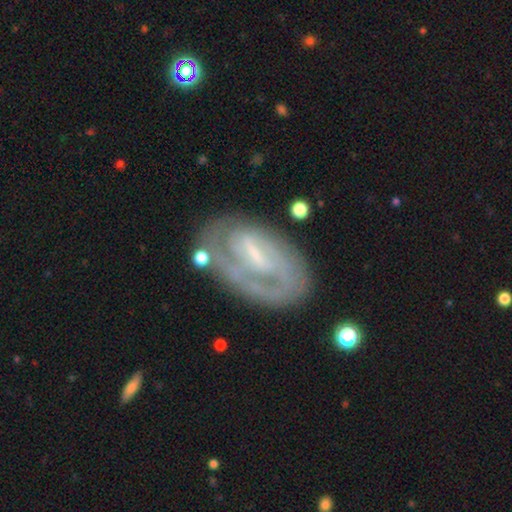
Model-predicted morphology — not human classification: type=featured or disk (73%); edge-on=no (95%); bar=weak (44%); spiral arms=yes (70%); bulge=small (46%); merging=none (59%).